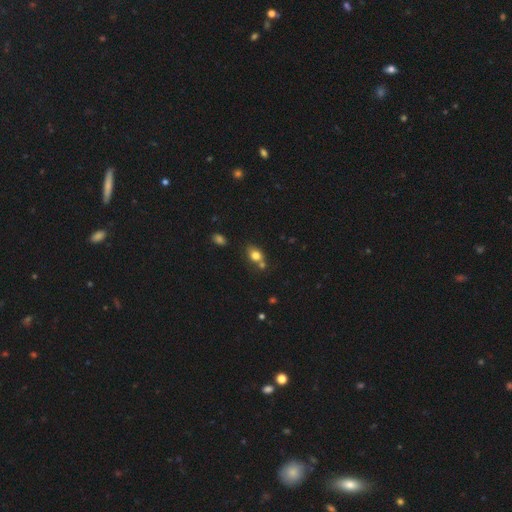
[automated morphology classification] Overall: smooth (78%). How rounded: in between (60%; round 38%). Merging: none (53%; merger 27%).